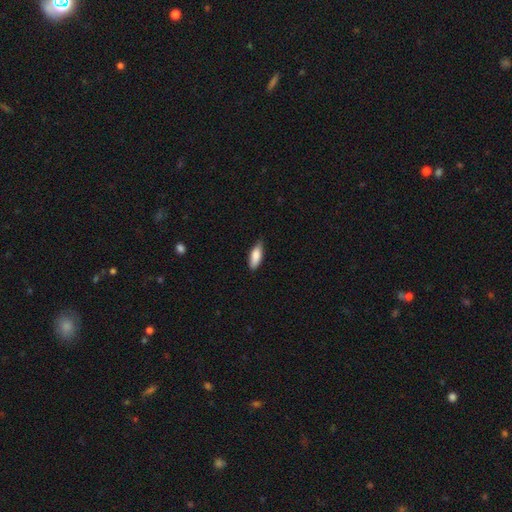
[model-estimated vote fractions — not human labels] Morphology: type=smooth (85%); roundness=in between (66%); merging=none (76%).